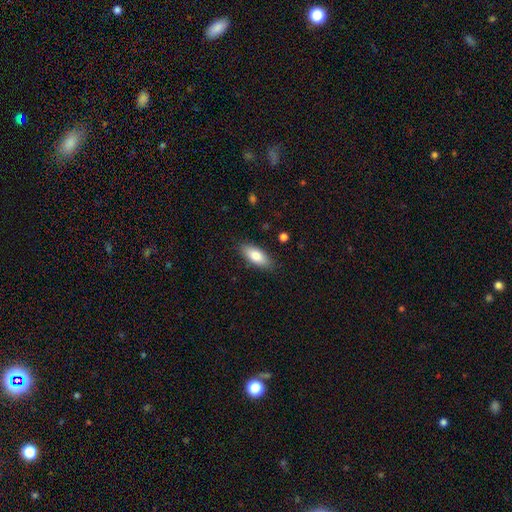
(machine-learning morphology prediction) Overall: smooth (82%). How rounded: in between (80%). Merging: none (87%).